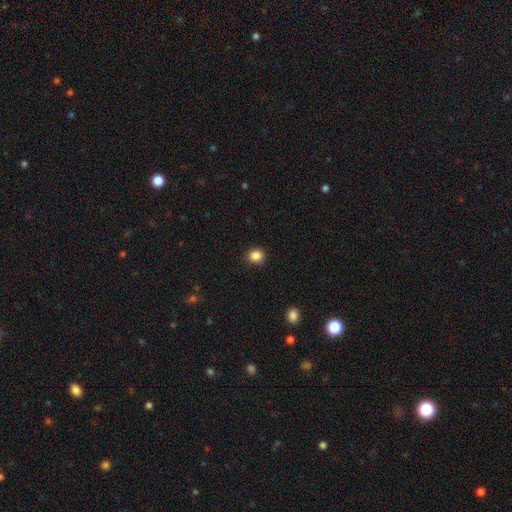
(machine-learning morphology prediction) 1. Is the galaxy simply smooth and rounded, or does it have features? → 86% smooth, 11% star or artifact, 3% featured or disk.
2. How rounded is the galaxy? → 75% round, 24% in between, 1% cigar-shaped.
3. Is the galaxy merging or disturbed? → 88% none, 9% minor disturbance, 2% major disturbance, 1% merger.